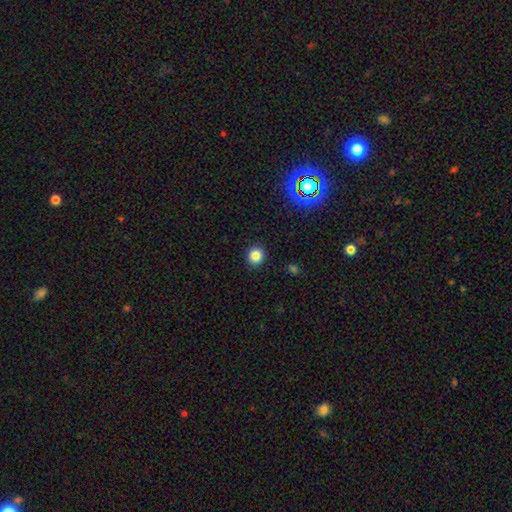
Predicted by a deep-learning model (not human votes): Q: Smooth or featured?
A: smooth (83%); runner-up: star or artifact (13%)
Q: How rounded?
A: round (90%); runner-up: in between (10%)
Q: Merging?
A: none (92%); runner-up: minor disturbance (5%)